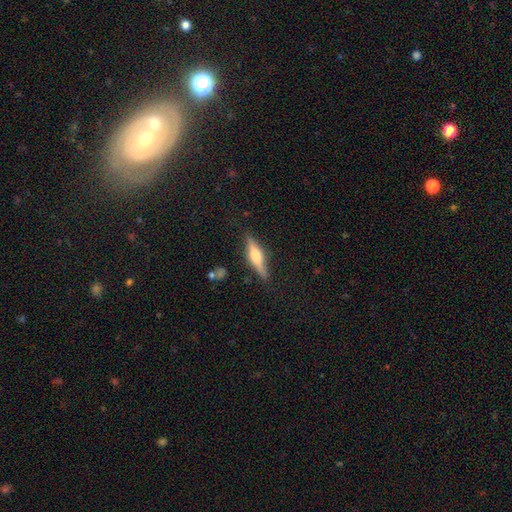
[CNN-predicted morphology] This is possibly a featured or disk galaxy (57%). It is clearly viewed edge-on (95%). Edge-on bulge: likely rounded (77%). Merging: clearly none (81%).